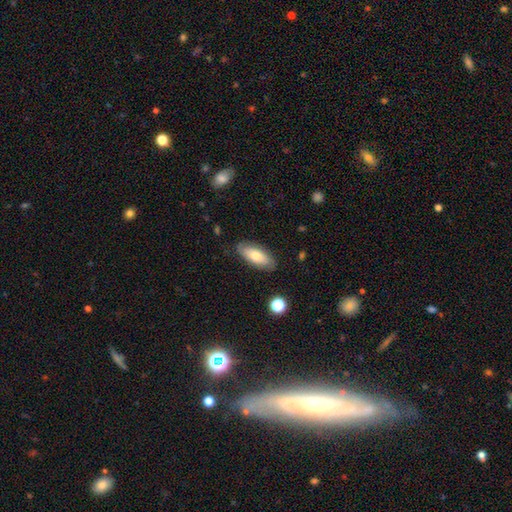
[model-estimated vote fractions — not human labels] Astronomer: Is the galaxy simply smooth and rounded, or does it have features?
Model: smooth — 74%.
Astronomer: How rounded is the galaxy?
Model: in between — 82%.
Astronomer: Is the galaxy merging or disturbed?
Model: none — 83%.